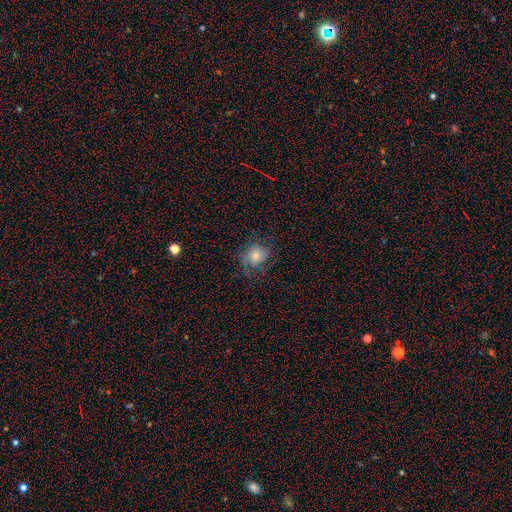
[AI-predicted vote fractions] smooth 55%, featured or disk 28%, star or artifact 17%. Down the decision tree: how rounded — round (77%); merging — none (68%).